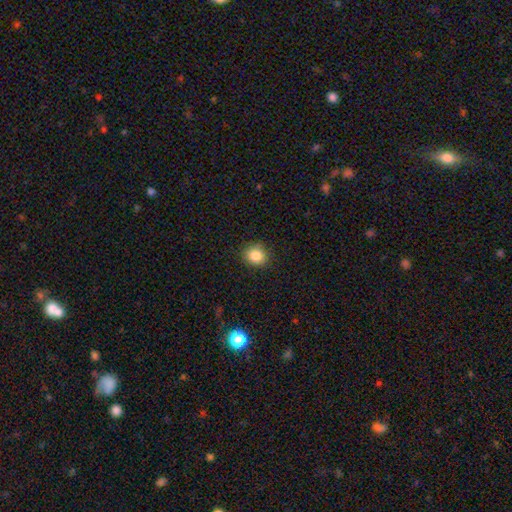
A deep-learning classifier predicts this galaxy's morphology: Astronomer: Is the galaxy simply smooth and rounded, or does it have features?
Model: smooth — 85%.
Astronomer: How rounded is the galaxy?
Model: round — 77%.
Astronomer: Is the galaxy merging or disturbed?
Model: none — 88%.